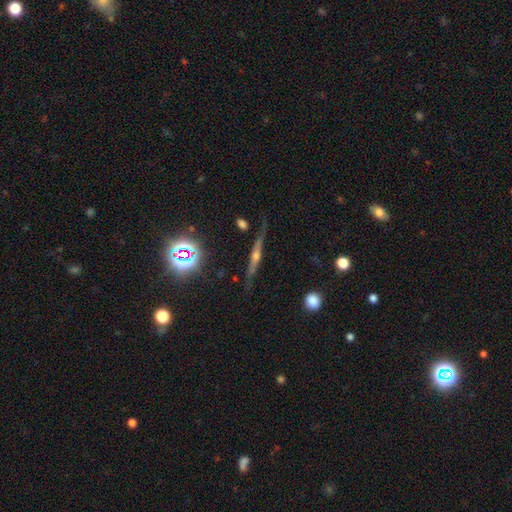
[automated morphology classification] Smooth or featured?
  - featured or disk: 70% *
  - smooth: 16%
  - star or artifact: 14%
Edge-on disk?
  - yes: 94% *
  - no: 6%
Edge-on bulge?
  - rounded: 88% *
  - boxy: 6%
  - none: 6%
Merging?
  - none: 80% *
  - minor disturbance: 14%
  - major disturbance: 4%
  - merger: 2%